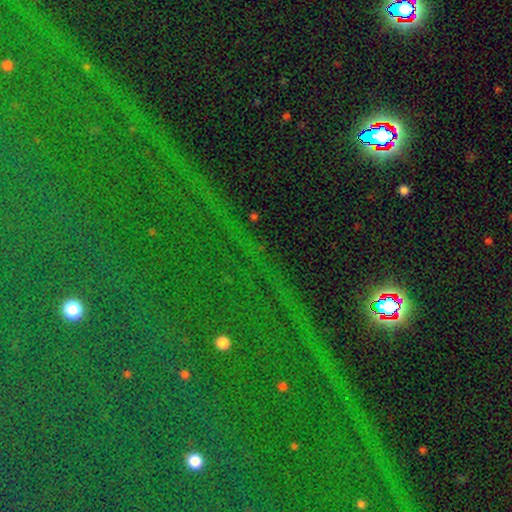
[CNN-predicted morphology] type=star or artifact (86%).